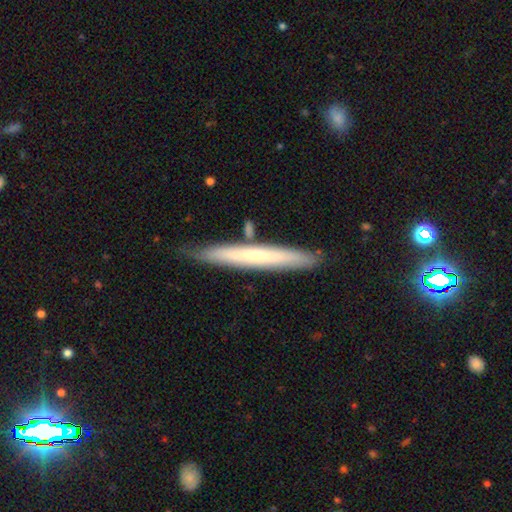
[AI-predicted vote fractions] Smooth or featured: smooth — 50% (featured or disk — 44%)
How rounded: cigar-shaped — 96% (in between — 3%)
Merging: none — 82% (minor disturbance — 12%)